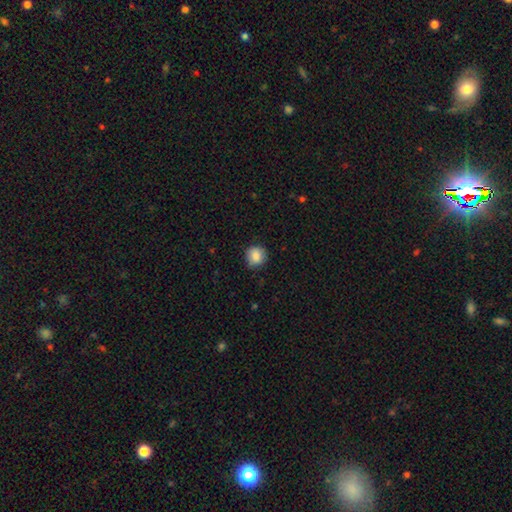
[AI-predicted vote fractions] The model was most divided on "merging": none: 81%, minor disturbance: 15%, major disturbance: 3%, merger: 1%. More confident: how rounded — round (88%); smooth or featured — smooth (87%).